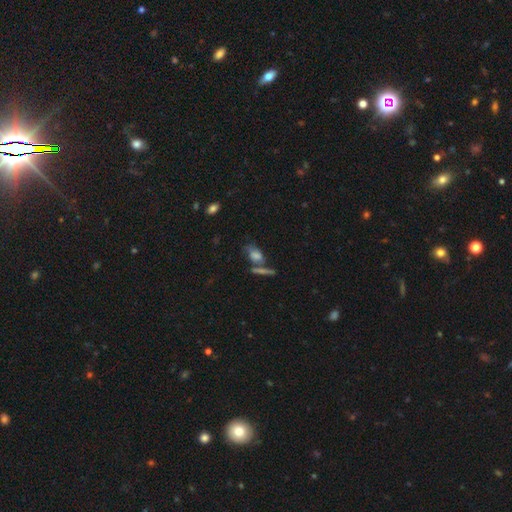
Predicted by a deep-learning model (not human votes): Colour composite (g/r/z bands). It shows a smooth galaxy with no disk features (59%) that is in between round and cigar-shaped (70%). Merging: none (47%).